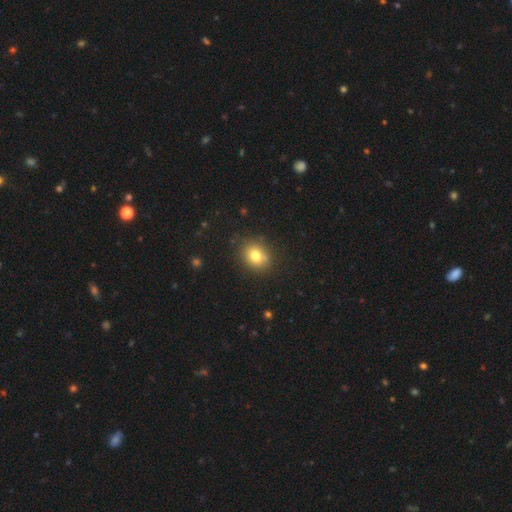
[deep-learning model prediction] Smooth or featured: smooth — 78% (star or artifact — 12%)
How rounded: round — 59% (in between — 40%)
Merging: none — 80% (minor disturbance — 13%)